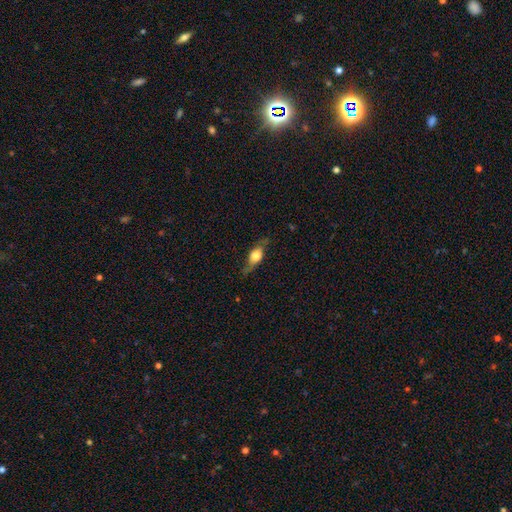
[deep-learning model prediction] The model was most divided on "smooth or featured": featured or disk: 47%, smooth: 45%, star or artifact: 8%. More confident: merging — none (70%).